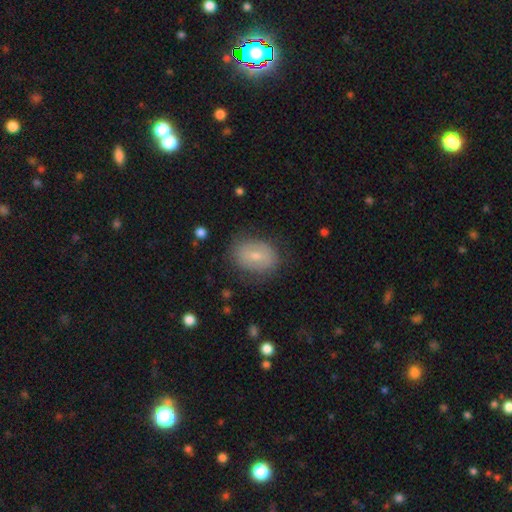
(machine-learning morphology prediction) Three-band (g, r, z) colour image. It shows a smooth galaxy with no disk features (61%) that is in between round and cigar-shaped (69%). Merging: none (76%).